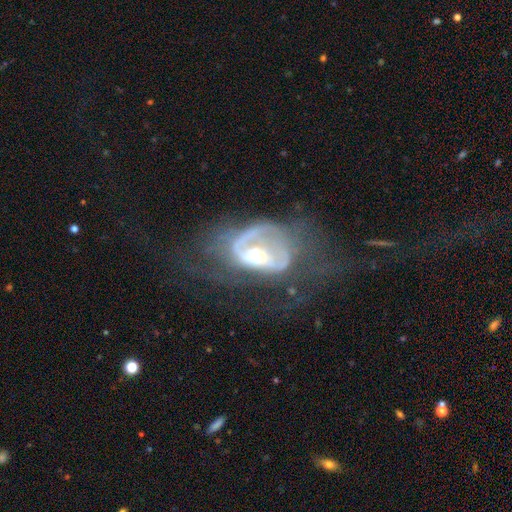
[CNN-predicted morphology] Smooth or featured? Predicted: featured or disk (p=0.79). Edge-on disk? Predicted: no (p=0.96). Bar? Predicted: no (p=0.48). Spiral arms? Predicted: yes (p=0.75). Spiral winding? Predicted: loose (p=0.41). Spiral arm count? Predicted: 1 (p=0.45). Bulge size? Predicted: moderate (p=0.64). Merging? Predicted: major disturbance (p=0.51).